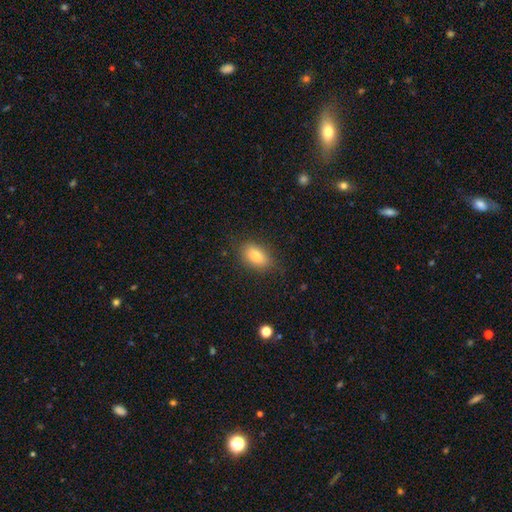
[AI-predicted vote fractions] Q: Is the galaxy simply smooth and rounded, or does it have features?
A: smooth — 83%.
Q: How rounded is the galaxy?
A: in between — 88%.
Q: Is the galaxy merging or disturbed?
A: none — 82%.